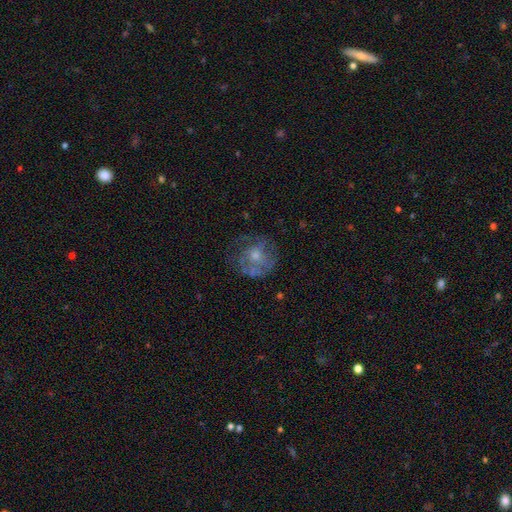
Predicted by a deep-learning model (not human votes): smooth_or_featured: featured or disk (p=0.59) [alt: smooth p=0.30]
disk_edge_on: no (p=0.97) [alt: yes p=0.03]
bar: no (p=0.80) [alt: weak p=0.17]
has_spiral_arms: yes (p=0.59) [alt: no p=0.41]
bulge_size: moderate (p=0.52) [alt: small p=0.39]
merging: none (p=0.63) [alt: minor disturbance p=0.19]